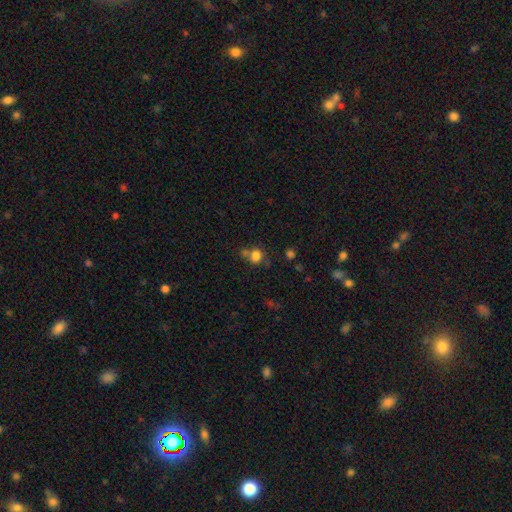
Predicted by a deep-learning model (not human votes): This appears to be a smooth galaxy with no disk features (80%) that is round (74%). Merging: none (56%).